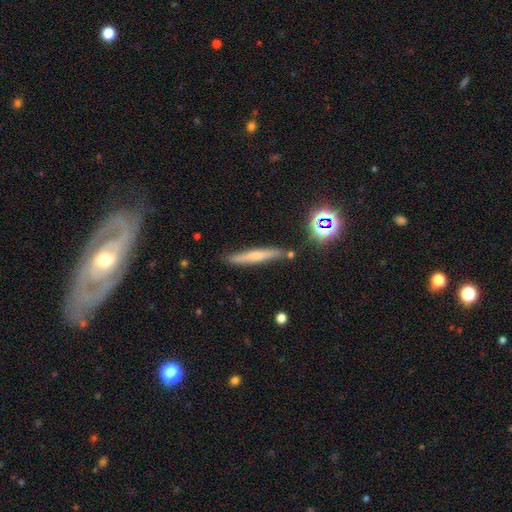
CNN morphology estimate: smooth_or_featured: smooth (p=0.52) [alt: featured or disk p=0.37]
how_rounded: cigar-shaped (p=0.93) [alt: in between p=0.05]
merging: none (p=0.83) [alt: minor disturbance p=0.11]